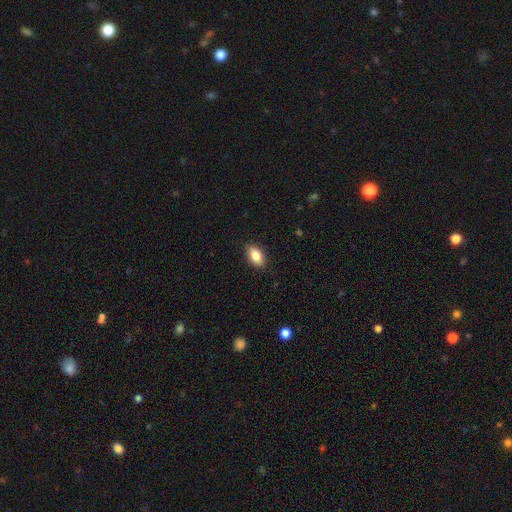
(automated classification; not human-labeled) Overall: smooth (83%). How rounded: in between (89%). Merging: none (88%).